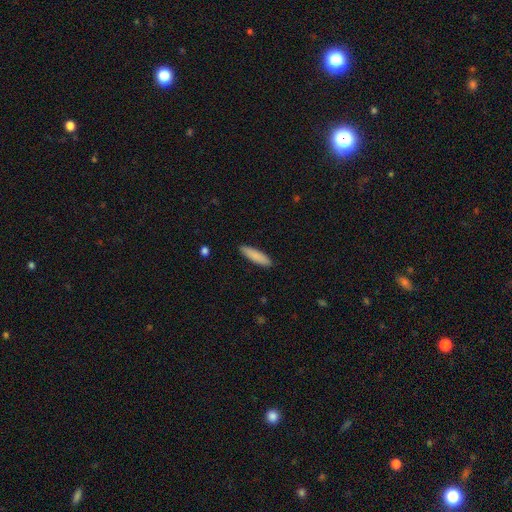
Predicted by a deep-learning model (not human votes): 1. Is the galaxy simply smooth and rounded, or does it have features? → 87% smooth, 7% featured or disk, 6% star or artifact.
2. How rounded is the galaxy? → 72% cigar-shaped, 27% in between, 1% round.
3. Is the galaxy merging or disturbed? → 90% none, 8% minor disturbance, 2% major disturbance, 1% merger.